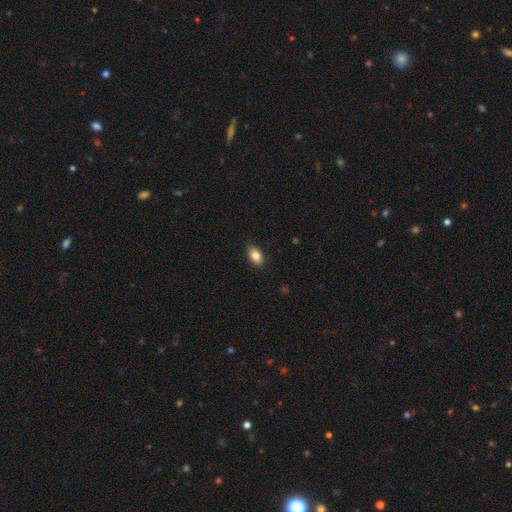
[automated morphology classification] Smooth or featured: smooth — 86% (star or artifact — 8%)
How rounded: in between — 88% (round — 10%)
Merging: none — 88% (minor disturbance — 10%)